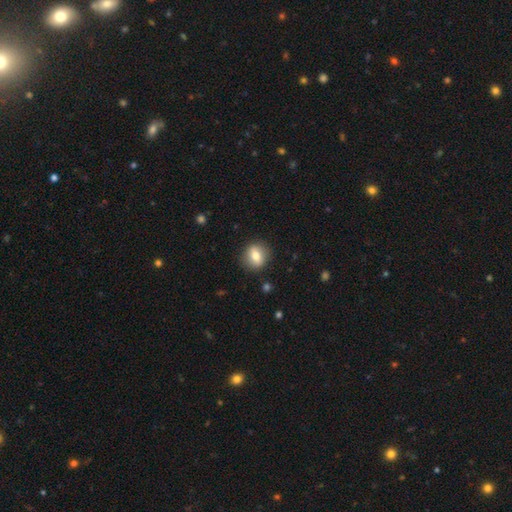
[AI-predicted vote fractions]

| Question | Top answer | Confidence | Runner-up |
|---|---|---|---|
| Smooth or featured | smooth | 71% | featured or disk (21%) |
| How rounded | round | 66% | in between (32%) |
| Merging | none | 87% | minor disturbance (9%) |